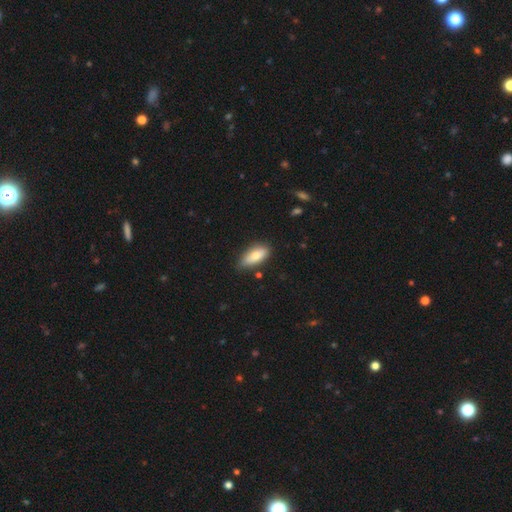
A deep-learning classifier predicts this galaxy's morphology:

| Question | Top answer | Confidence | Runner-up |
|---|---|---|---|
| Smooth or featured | smooth | 77% | featured or disk (16%) |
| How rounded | in between | 83% | cigar-shaped (15%) |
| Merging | none | 73% | minor disturbance (22%) |